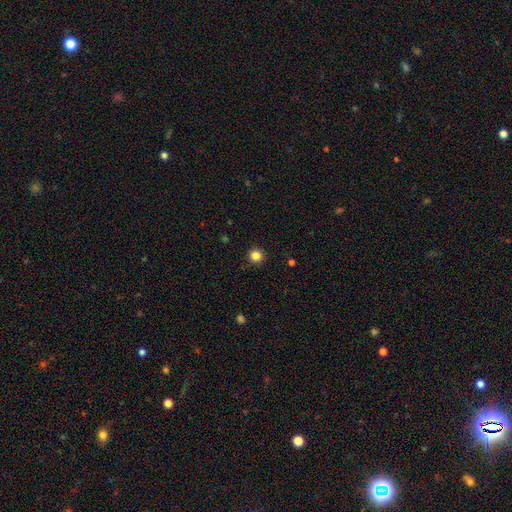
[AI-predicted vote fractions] Smooth or featured?
  - smooth: 84% *
  - star or artifact: 12%
  - featured or disk: 4%
How rounded?
  - round: 95% *
  - in between: 4%
  - cigar-shaped: 1%
Merging?
  - none: 91% *
  - minor disturbance: 6%
  - major disturbance: 2%
  - merger: 1%